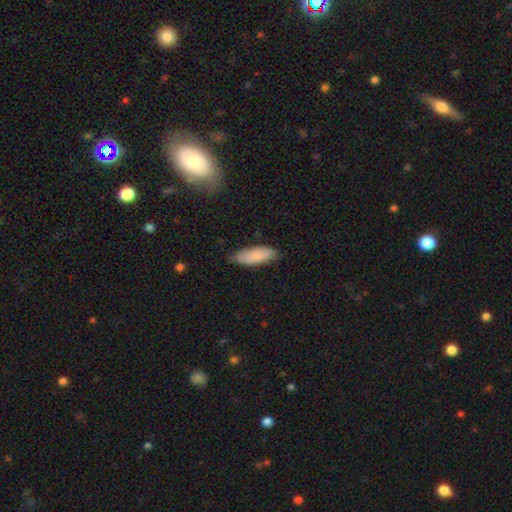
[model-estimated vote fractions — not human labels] Smooth or featured? smooth (85%)
How rounded? in between (61%)
Merging? none (75%)